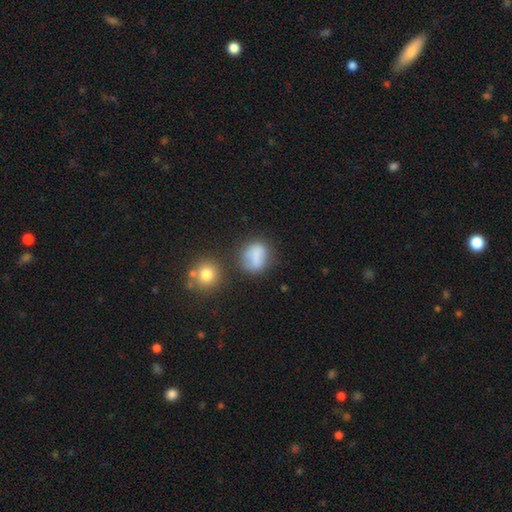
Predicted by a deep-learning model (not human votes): The model was most divided on "how rounded": round: 53%, in between: 44%, cigar-shaped: 3%. More confident: smooth or featured — smooth (76%); merging — none (58%).